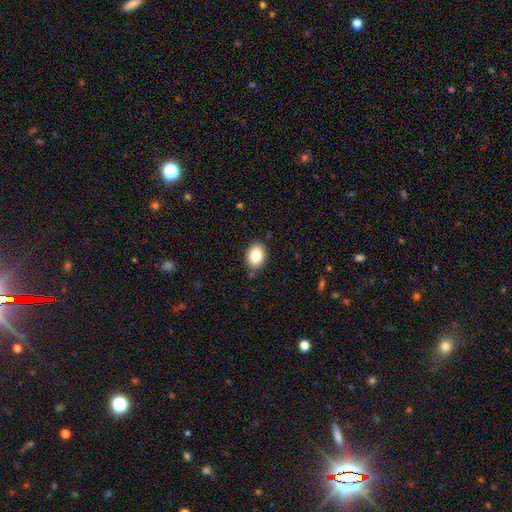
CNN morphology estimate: Smooth or featured? smooth (83%)
How rounded? in between (73%)
Merging? none (87%)